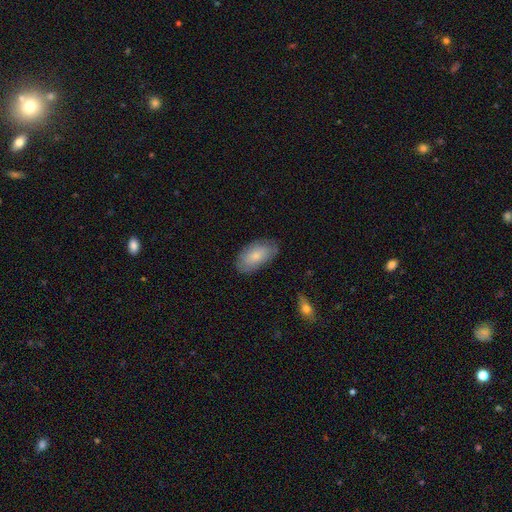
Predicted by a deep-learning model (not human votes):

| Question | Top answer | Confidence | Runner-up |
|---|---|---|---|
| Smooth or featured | smooth | 76% | featured or disk (17%) |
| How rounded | in between | 94% | round (3%) |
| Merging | none | 78% | minor disturbance (17%) |